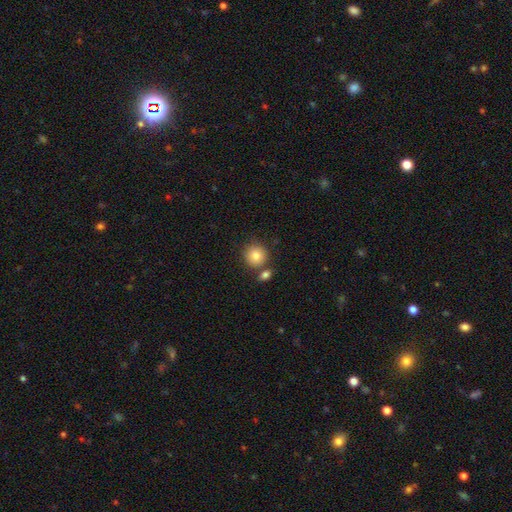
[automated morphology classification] This appears to be a smooth galaxy with no disk features (83%) that is round (92%). Merging: none (72%).